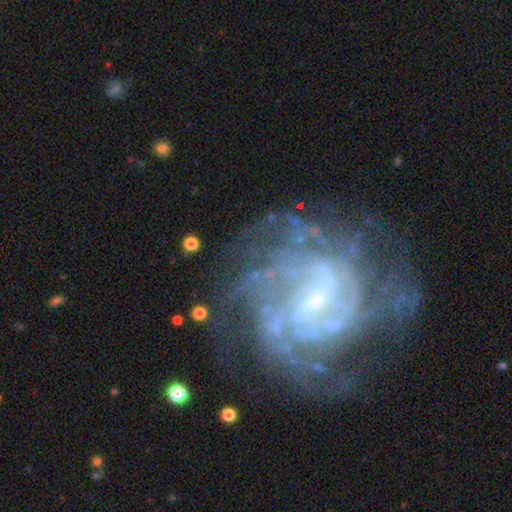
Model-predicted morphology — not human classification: Q: Smooth or featured?
A: featured or disk (87%); runner-up: star or artifact (8%)
Q: Edge-on disk?
A: no (98%); runner-up: yes (2%)
Q: Bar?
A: weak (53%); runner-up: no (25%)
Q: Spiral arms?
A: yes (94%); runner-up: no (6%)
Q: Spiral winding?
A: tight (59%); runner-up: medium (33%)
Q: Spiral arm count?
A: can't tell (34%); runner-up: 4 (19%)
Q: Bulge size?
A: small (73%); runner-up: moderate (14%)
Q: Merging?
A: none (67%); runner-up: minor disturbance (17%)